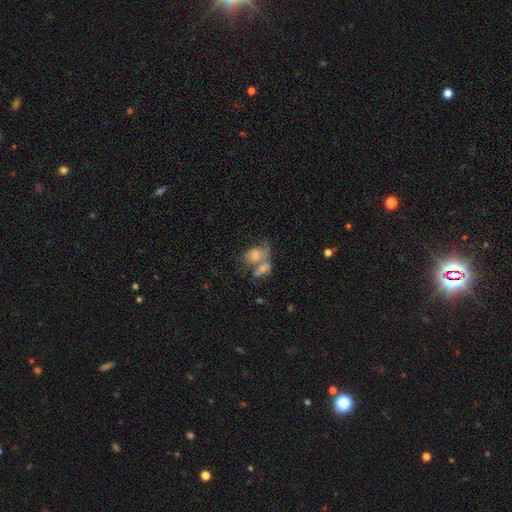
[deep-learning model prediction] Smooth or featured: smooth — 45% (featured or disk — 41%)
Merging: merger — 53% (none — 24%)